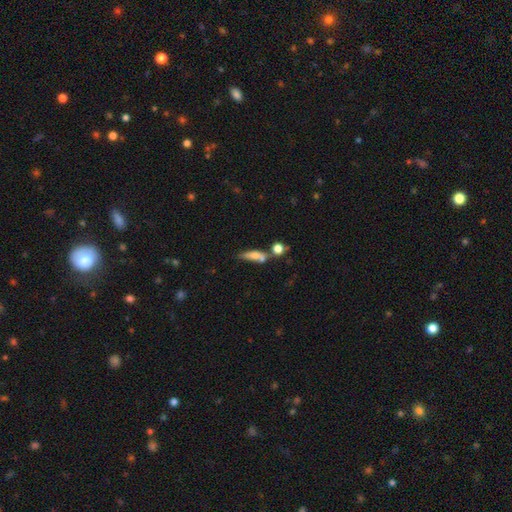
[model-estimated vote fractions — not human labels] Smooth or featured?
  - smooth: 64% *
  - featured or disk: 25%
  - star or artifact: 10%
How rounded?
  - cigar-shaped: 55% *
  - in between: 38%
  - round: 7%
Merging?
  - none: 42% *
  - merger: 29%
  - minor disturbance: 18%
  - major disturbance: 10%